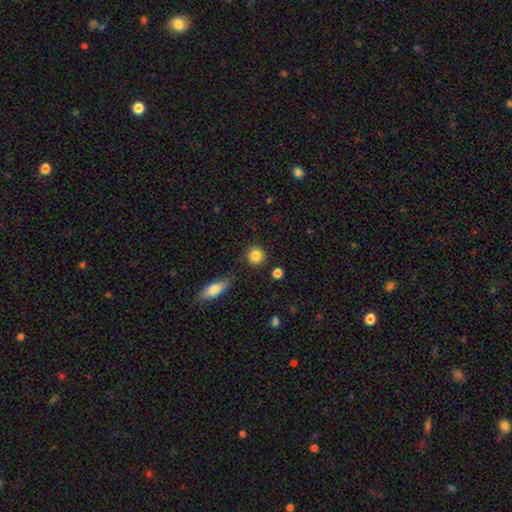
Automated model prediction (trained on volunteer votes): Smooth or featured? Predicted: smooth (p=0.85). How rounded? Predicted: round (p=0.89). Merging? Predicted: none (p=0.86).